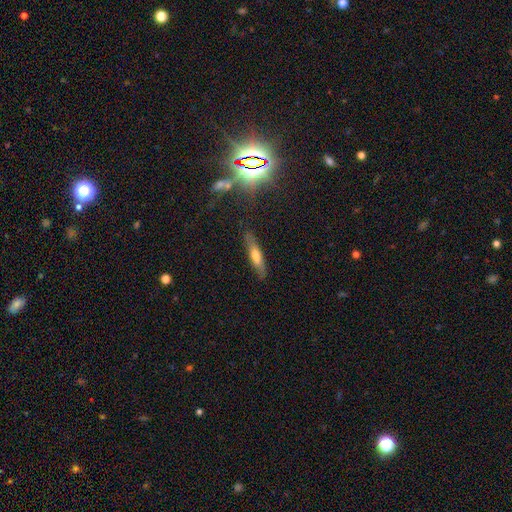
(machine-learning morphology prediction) This is possibly a smooth galaxy (56%). How rounded: clearly cigar-shaped (82%). Merging: clearly none (84%).